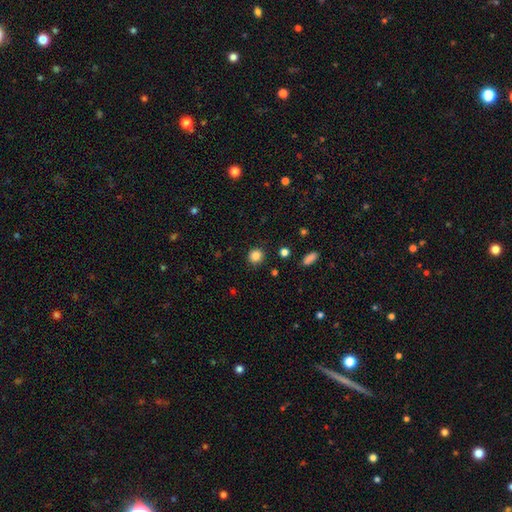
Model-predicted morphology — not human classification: Smooth or featured? smooth (84%)
How rounded? round (92%)
Merging? none (90%)